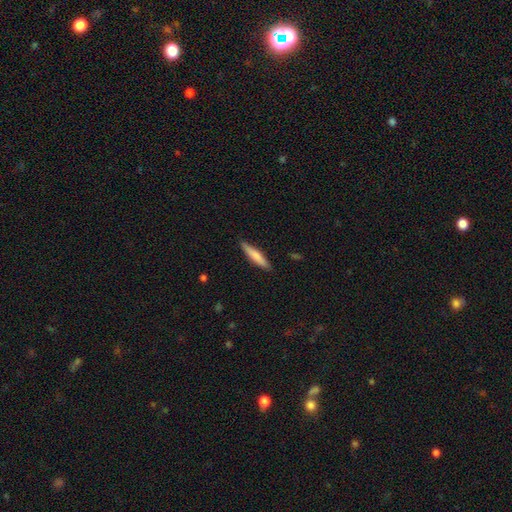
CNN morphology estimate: Smooth or featured? Predicted: smooth (p=0.71). How rounded? Predicted: cigar-shaped (p=0.87). Merging? Predicted: none (p=0.87).